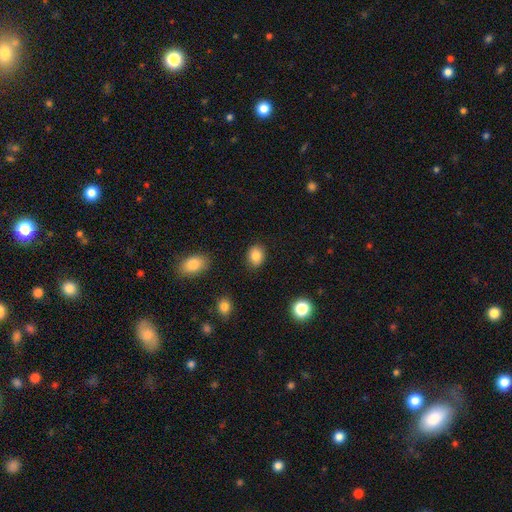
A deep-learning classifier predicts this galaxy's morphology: Smooth or featured? Predicted: smooth (p=0.86). How rounded? Predicted: in between (p=0.58). Merging? Predicted: none (p=0.86).